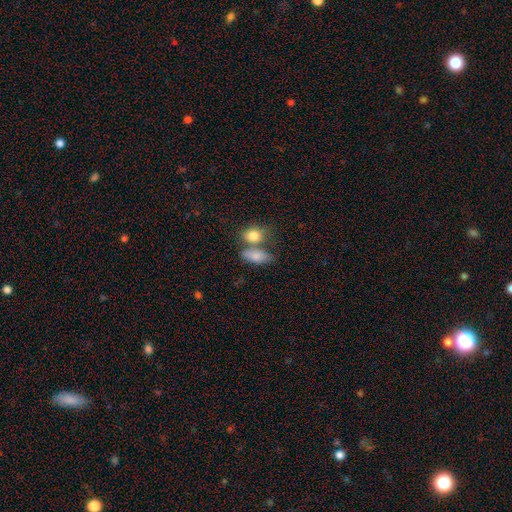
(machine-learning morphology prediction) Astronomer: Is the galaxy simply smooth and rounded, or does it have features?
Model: smooth — 79%.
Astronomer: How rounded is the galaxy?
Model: in between — 79%.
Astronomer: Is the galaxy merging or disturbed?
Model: none — 46% (runner-up: merger, 34%).